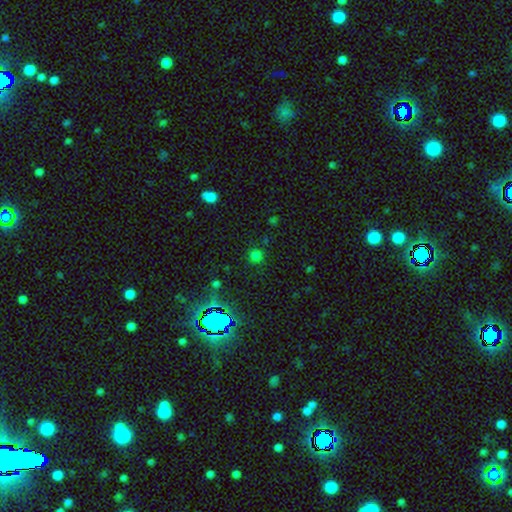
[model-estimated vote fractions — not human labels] This is likely a smooth galaxy (67%). How rounded: clearly round (92%). Merging: clearly none (85%).